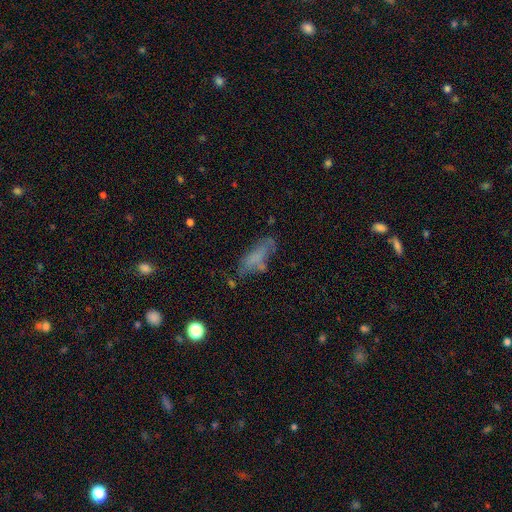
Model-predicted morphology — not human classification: A smooth galaxy with no disk features (57%) that is in between round and cigar-shaped (50%).

Vote fractions:
- Smooth or featured? smooth: 57% / featured or disk: 28% / star or artifact: 15%
- How rounded? in between: 50% / cigar-shaped: 47% / round: 3%
- Merging? none: 56% / minor disturbance: 24% / major disturbance: 14% / merger: 6%